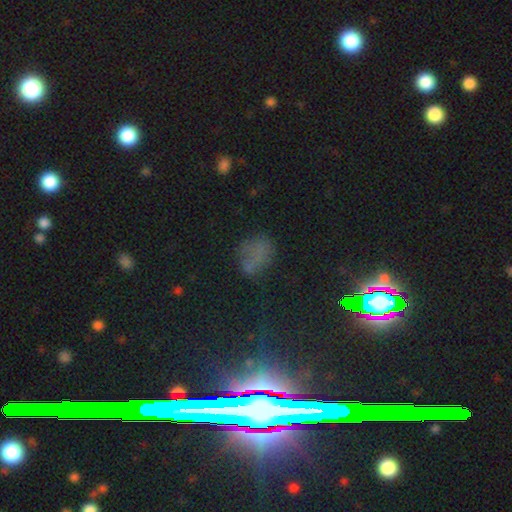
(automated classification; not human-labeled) A smooth galaxy with no disk features (48%).

Vote fractions:
- Smooth or featured? smooth: 48% / star or artifact: 38% / featured or disk: 15%
- Merging? none: 57% / minor disturbance: 21% / major disturbance: 16% / merger: 5%